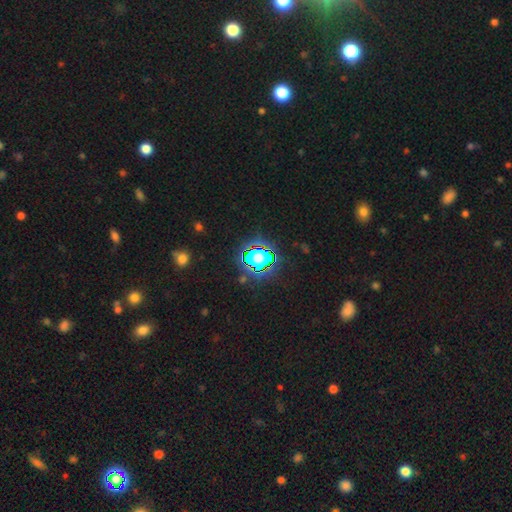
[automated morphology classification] Smooth or featured?
  - star or artifact: 68% *
  - smooth: 22%
  - featured or disk: 10%